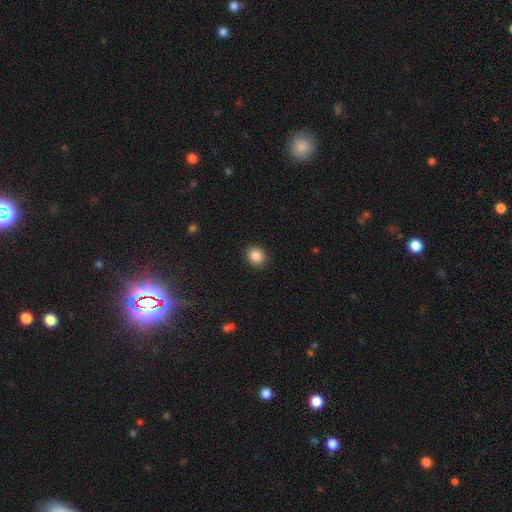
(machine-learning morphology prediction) This is clearly a smooth galaxy (87%). How rounded: likely round (80%). Merging: clearly none (90%).